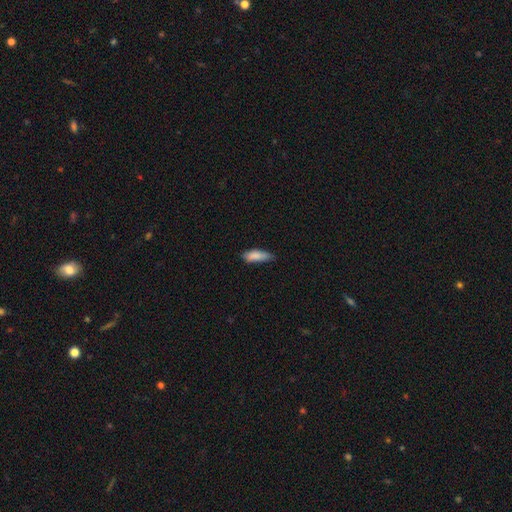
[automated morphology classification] A smooth galaxy with no disk features (84%) that is in between round and cigar-shaped (58%).

Vote fractions:
- Smooth or featured? smooth: 84% / featured or disk: 9% / star or artifact: 7%
- How rounded? in between: 58% / cigar-shaped: 40% / round: 2%
- Merging? none: 55% / minor disturbance: 36% / major disturbance: 7% / merger: 2%